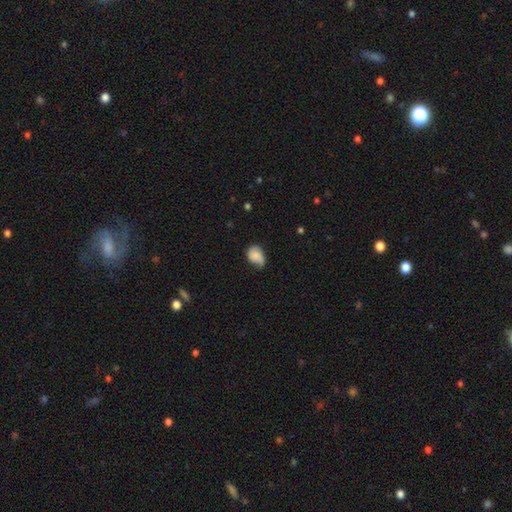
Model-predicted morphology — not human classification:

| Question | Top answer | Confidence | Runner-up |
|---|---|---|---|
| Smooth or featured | smooth | 64% | featured or disk (27%) |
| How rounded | in between | 70% | round (29%) |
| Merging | none | 45% | minor disturbance (38%) |